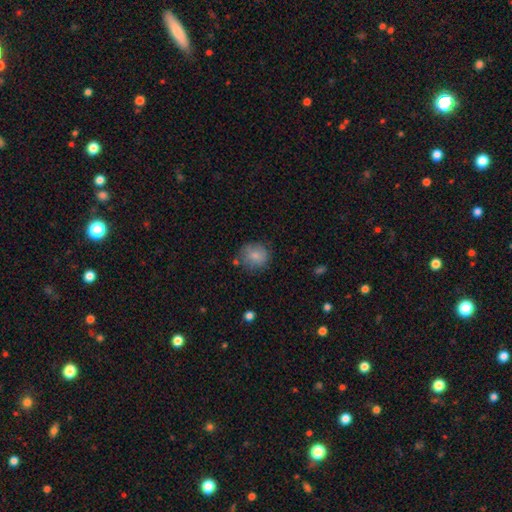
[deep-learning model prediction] The model was most divided on "merging": none: 72%, minor disturbance: 19%, major disturbance: 6%, merger: 3%. More confident: how rounded — round (84%); smooth or featured — smooth (80%).